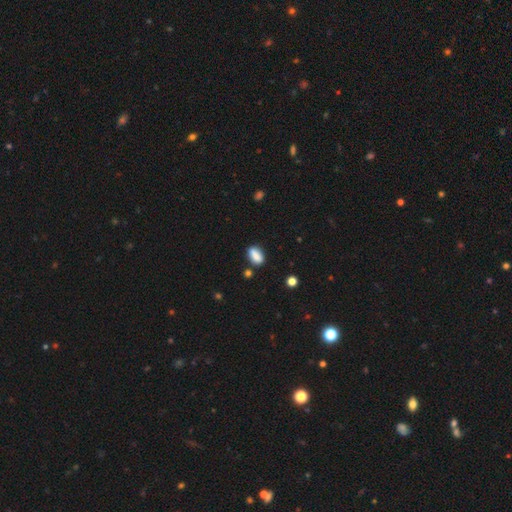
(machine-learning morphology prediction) Smooth or featured? smooth (85%)
How rounded? in between (86%)
Merging? none (76%)